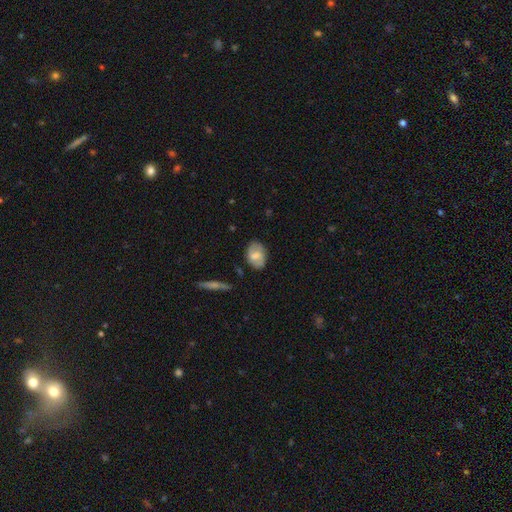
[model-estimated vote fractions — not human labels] Q: Smooth or featured?
A: smooth (58%); runner-up: featured or disk (35%)
Q: How rounded?
A: in between (81%); runner-up: round (17%)
Q: Merging?
A: none (76%); runner-up: minor disturbance (18%)